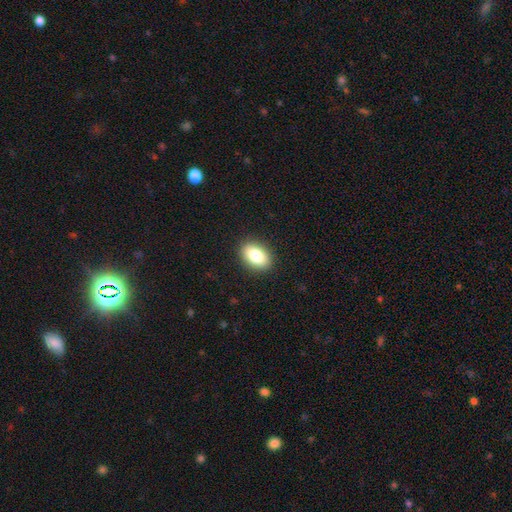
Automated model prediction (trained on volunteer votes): Overall: smooth (83%). How rounded: in between (87%). Merging: none (90%).